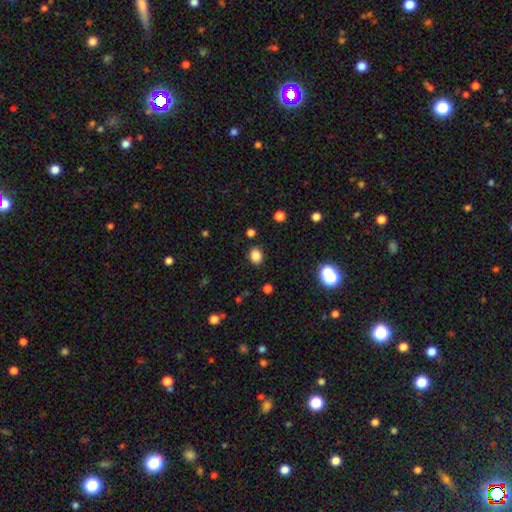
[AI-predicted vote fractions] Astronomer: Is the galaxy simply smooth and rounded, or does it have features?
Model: smooth — 84%.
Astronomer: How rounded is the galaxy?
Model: round — 53% (runner-up: in between, 46%).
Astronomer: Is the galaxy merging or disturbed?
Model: none — 86%.